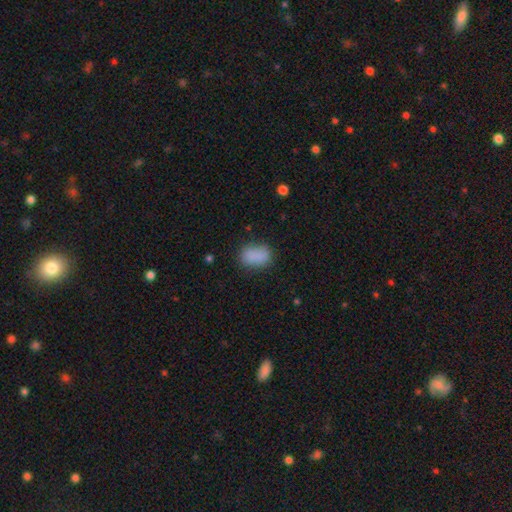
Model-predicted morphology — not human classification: smooth_or_featured: smooth (p=0.85) [alt: star or artifact p=0.10]
how_rounded: in between (p=0.83) [alt: round p=0.15]
merging: none (p=0.72) [alt: minor disturbance p=0.20]